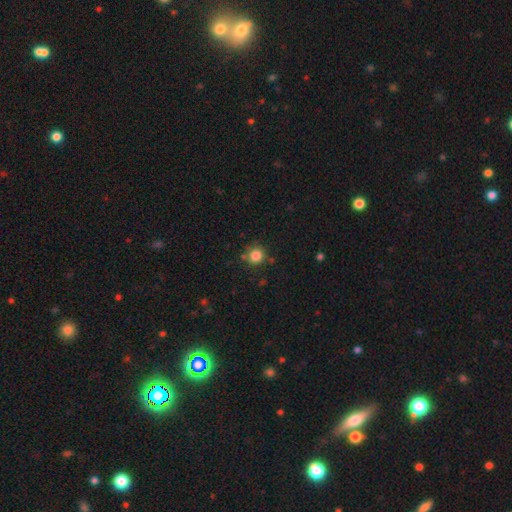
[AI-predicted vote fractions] Q: Smooth or featured?
A: smooth (83%); runner-up: star or artifact (12%)
Q: How rounded?
A: round (89%); runner-up: in between (10%)
Q: Merging?
A: none (77%); runner-up: minor disturbance (14%)